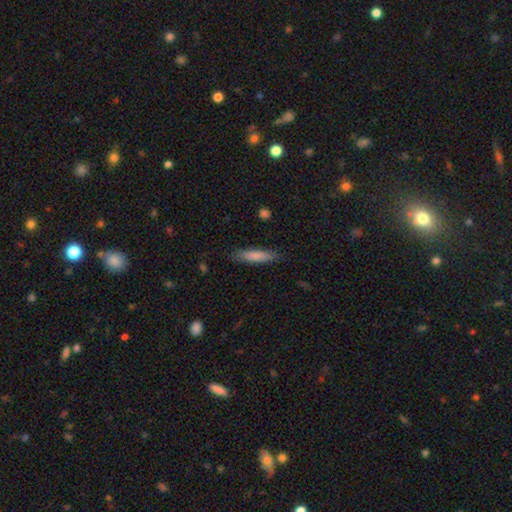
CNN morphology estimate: Smooth or featured?
  - smooth: 80% *
  - featured or disk: 14%
  - star or artifact: 6%
How rounded?
  - cigar-shaped: 82% *
  - in between: 16%
  - round: 1%
Merging?
  - none: 85% *
  - minor disturbance: 11%
  - major disturbance: 2%
  - merger: 1%